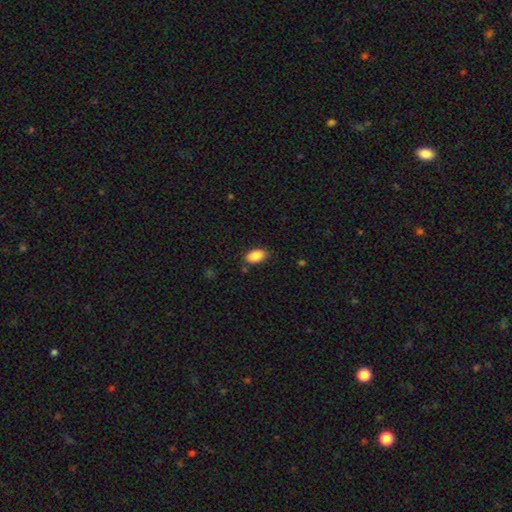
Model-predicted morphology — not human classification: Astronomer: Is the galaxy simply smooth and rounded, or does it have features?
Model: smooth — 87%.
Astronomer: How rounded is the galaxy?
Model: in between — 93%.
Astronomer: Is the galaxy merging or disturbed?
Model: none — 83%.